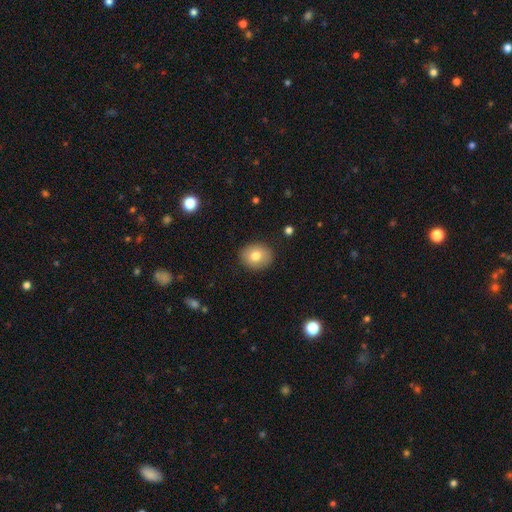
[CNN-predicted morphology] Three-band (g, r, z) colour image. It shows a smooth galaxy with no disk features (77%) that is round (62%). Merging: none (88%).